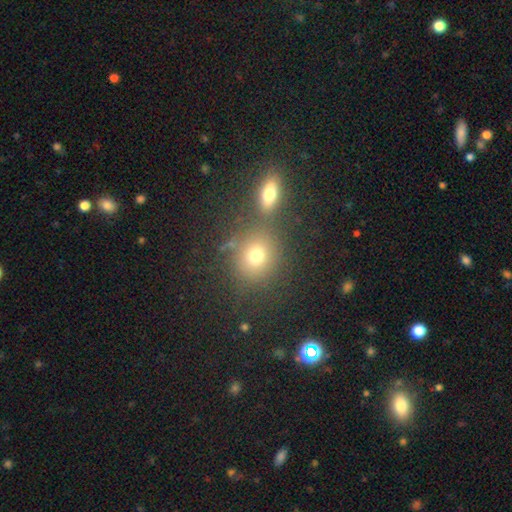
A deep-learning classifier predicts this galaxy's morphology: smooth 73%, star or artifact 17%, featured or disk 10%. Down the decision tree: how rounded — round (75%); merging — none (66%).